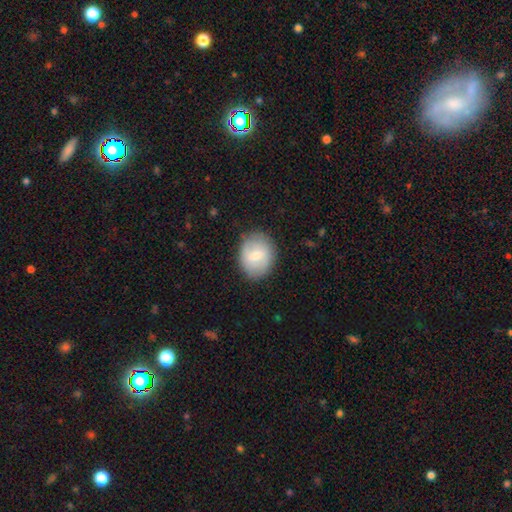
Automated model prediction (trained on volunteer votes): Smooth or featured: smooth — 61% (featured or disk — 33%)
How rounded: round — 58% (in between — 41%)
Merging: none — 82% (minor disturbance — 13%)